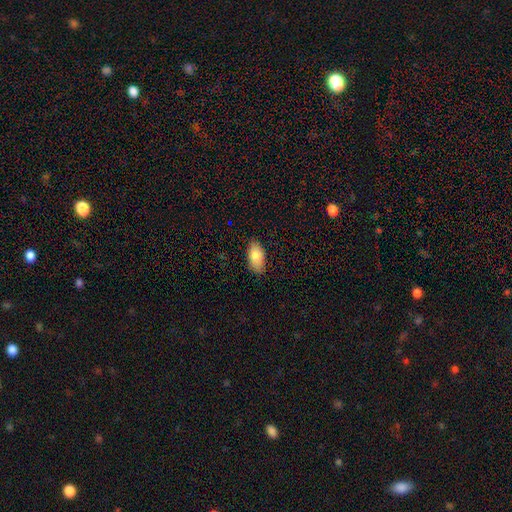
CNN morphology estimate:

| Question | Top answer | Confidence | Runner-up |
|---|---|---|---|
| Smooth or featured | smooth | 86% | featured or disk (7%) |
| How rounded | in between | 93% | cigar-shaped (4%) |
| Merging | none | 83% | minor disturbance (14%) |